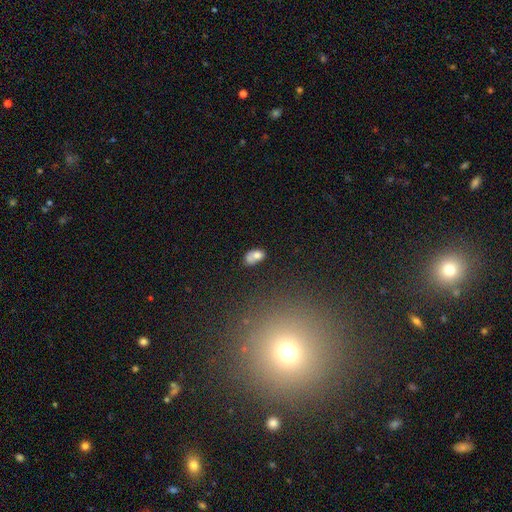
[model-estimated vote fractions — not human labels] Morphology: type=smooth (70%); roundness=in between (83%); merging=none (36%).